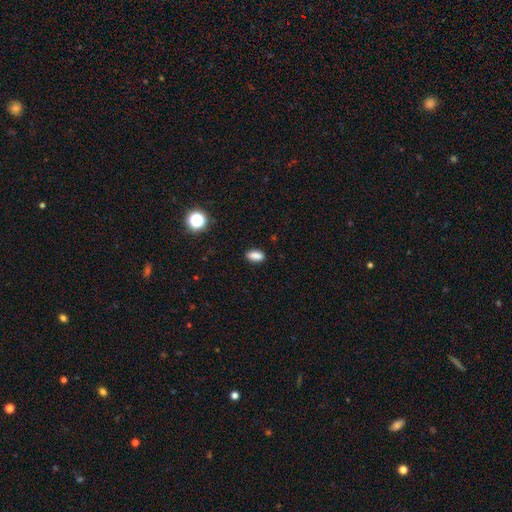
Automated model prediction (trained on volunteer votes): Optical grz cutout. It shows a smooth galaxy with no disk features (85%) that is in between round and cigar-shaped (86%). Merging: none (88%).